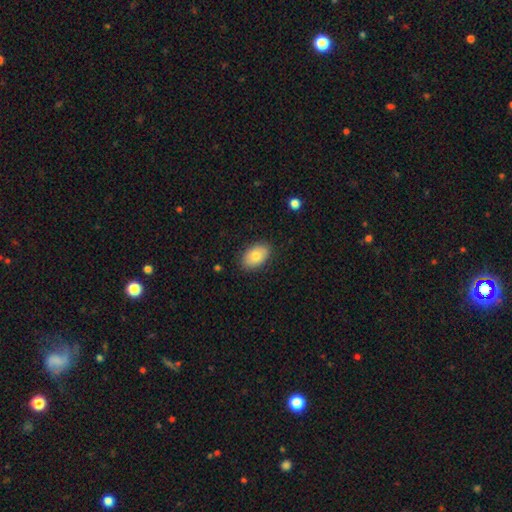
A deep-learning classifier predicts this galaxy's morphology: smooth_or_featured: smooth (p=0.78) [alt: featured or disk p=0.15]
how_rounded: in between (p=0.90) [alt: round p=0.08]
merging: none (p=0.87) [alt: minor disturbance p=0.10]